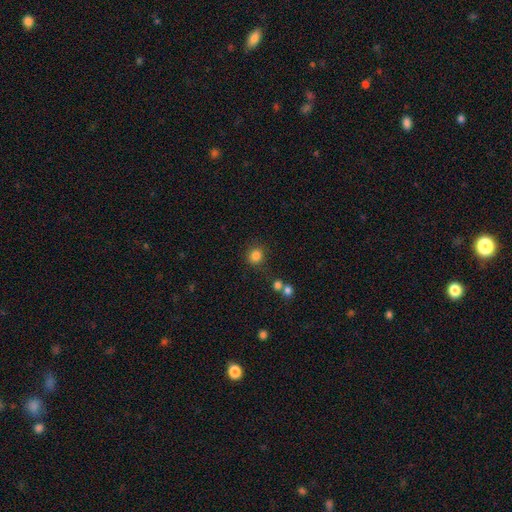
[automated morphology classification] Smooth or featured? Predicted: smooth (p=0.84). How rounded? Predicted: round (p=0.88). Merging? Predicted: none (p=0.82).